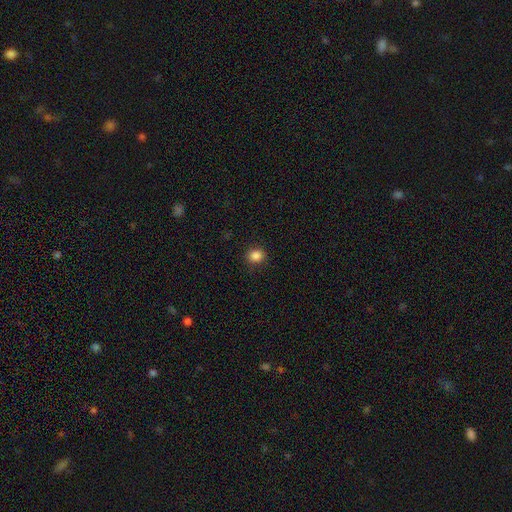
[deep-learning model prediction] smooth_or_featured: smooth (p=0.86) [alt: star or artifact p=0.11]
how_rounded: round (p=0.76) [alt: in between p=0.23]
merging: none (p=0.90) [alt: minor disturbance p=0.07]